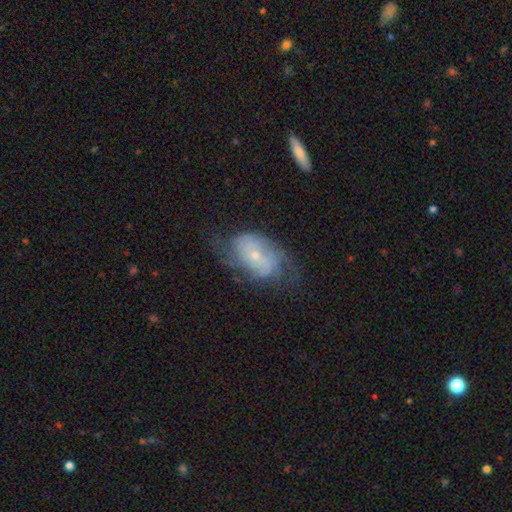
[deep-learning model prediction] Smooth or featured?
  - featured or disk: 71% *
  - smooth: 22%
  - star or artifact: 7%
Edge-on disk?
  - no: 96% *
  - yes: 4%
Bar?
  - no: 71% *
  - weak: 24%
  - strong: 5%
Spiral arms?
  - yes: 86% *
  - no: 14%
Spiral winding?
  - tight: 40% *
  - medium: 38%
  - loose: 22%
Spiral arm count?
  - 2: 37% *
  - can't tell: 36%
  - 3: 12%
  - 4: 5%
  - 1: 5%
  - more than 4: 4%
Bulge size?
  - small: 73% *
  - moderate: 22%
  - none: 2%
  - large: 2%
  - dominant: 1%
Merging?
  - none: 55% *
  - minor disturbance: 24%
  - major disturbance: 20%
  - merger: 2%